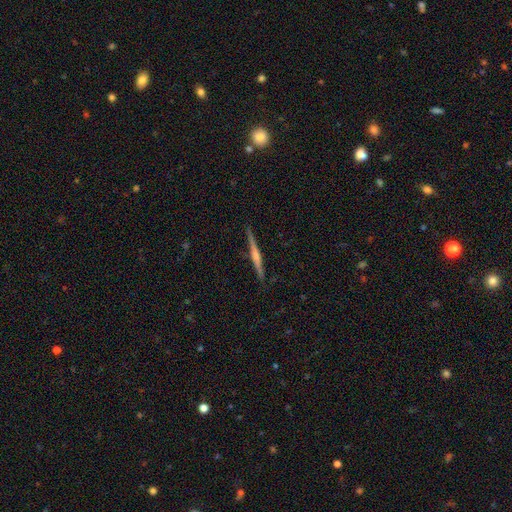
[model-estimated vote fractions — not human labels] Smooth or featured? Predicted: featured or disk (p=0.67). Edge-on disk? Predicted: yes (p=0.98). Edge-on bulge? Predicted: rounded (p=0.50). Merging? Predicted: none (p=0.89).